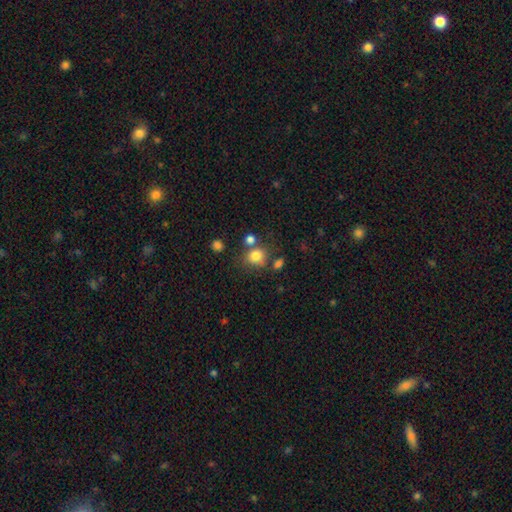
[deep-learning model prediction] Q: Smooth or featured?
A: smooth (80%); runner-up: star or artifact (12%)
Q: How rounded?
A: round (71%); runner-up: in between (28%)
Q: Merging?
A: none (63%); runner-up: merger (17%)